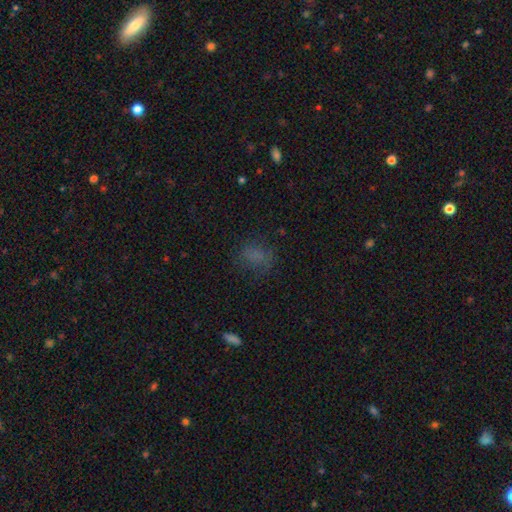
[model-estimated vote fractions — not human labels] This is likely a smooth galaxy (62%). How rounded: possibly in between (56%). Merging: possibly none (58%).